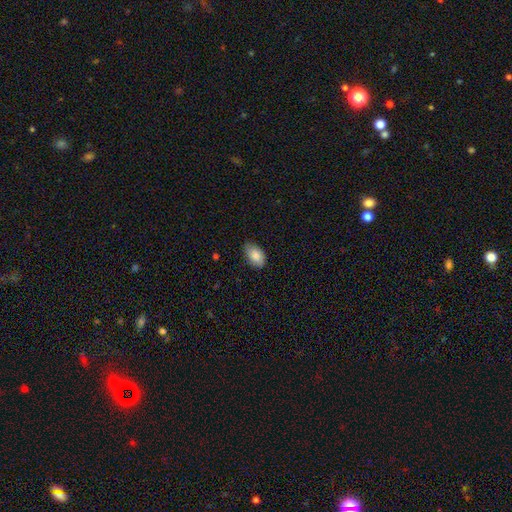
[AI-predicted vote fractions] The model was most divided on "merging": none: 76%, minor disturbance: 20%, major disturbance: 3%, merger: 1%. More confident: how rounded — in between (91%); smooth or featured — smooth (85%).